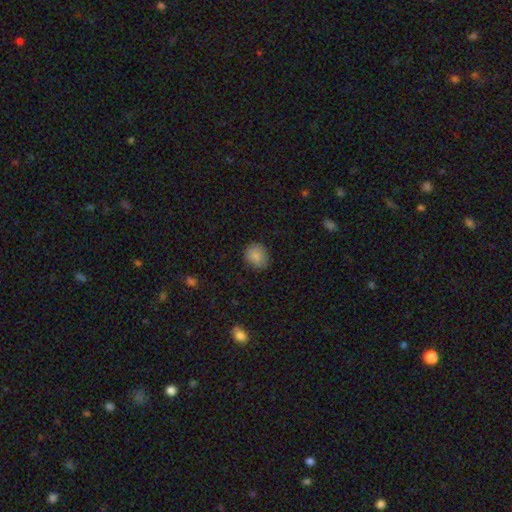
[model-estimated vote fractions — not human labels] Smooth or featured: smooth — 86% (star or artifact — 9%)
How rounded: round — 67% (in between — 32%)
Merging: none — 79% (minor disturbance — 17%)